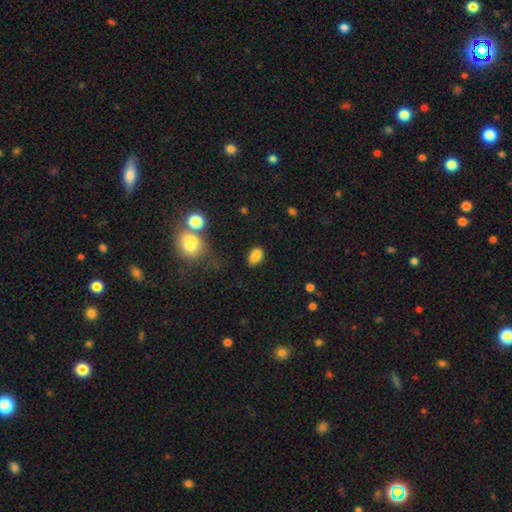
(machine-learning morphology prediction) smooth 82%, star or artifact 12%, featured or disk 6%. Down the decision tree: how rounded — in between (87%); merging — none (67%).